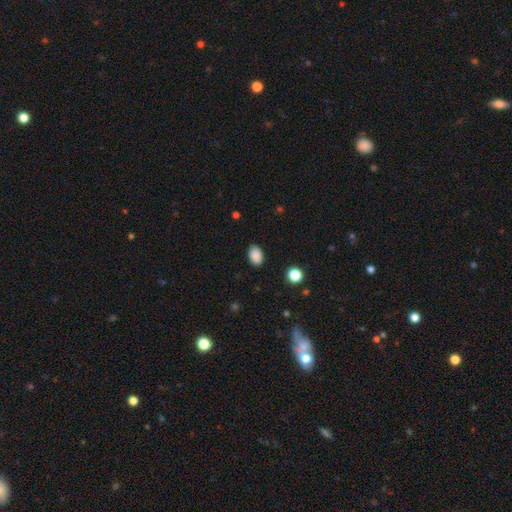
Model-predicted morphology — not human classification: Overall: smooth (89%). How rounded: in between (86%). Merging: none (87%).